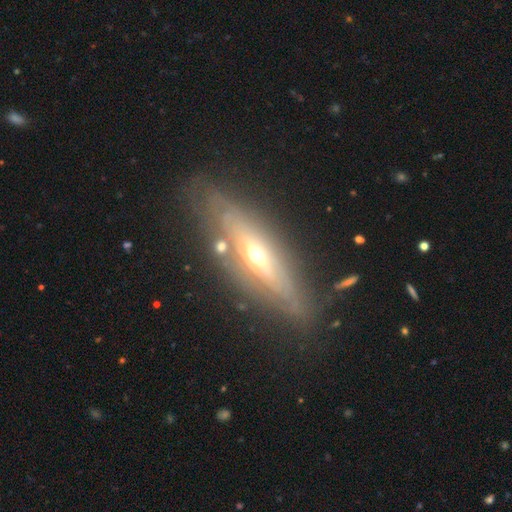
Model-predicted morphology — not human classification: Smooth or featured: featured or disk — 73% (smooth — 20%)
Edge-on disk: yes — 69% (no — 31%)
Edge-on bulge: rounded — 87% (none — 10%)
Merging: none — 76% (minor disturbance — 15%)